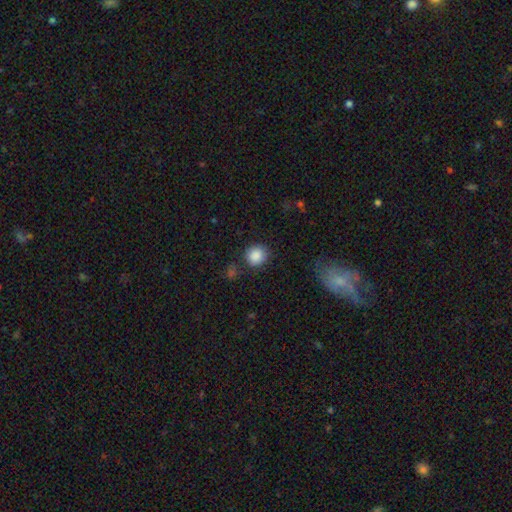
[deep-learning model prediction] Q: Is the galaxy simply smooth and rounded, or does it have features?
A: smooth — 88%.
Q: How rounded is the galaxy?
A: round — 86%.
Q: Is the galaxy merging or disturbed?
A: none — 83%.